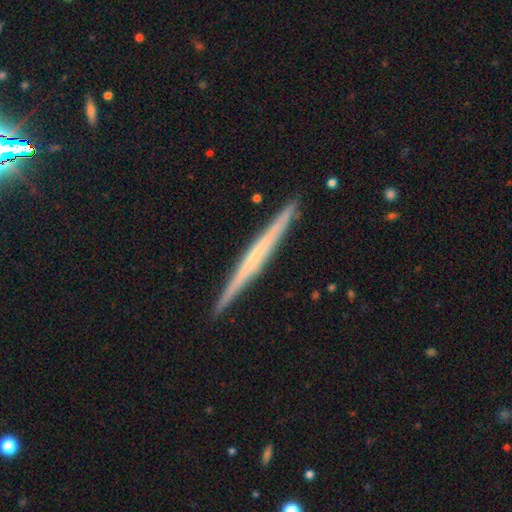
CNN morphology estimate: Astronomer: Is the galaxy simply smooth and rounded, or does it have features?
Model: featured or disk — 64%.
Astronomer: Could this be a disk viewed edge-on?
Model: yes — 98%.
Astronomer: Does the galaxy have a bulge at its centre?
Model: none — 77%.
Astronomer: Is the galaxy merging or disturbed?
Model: none — 92%.